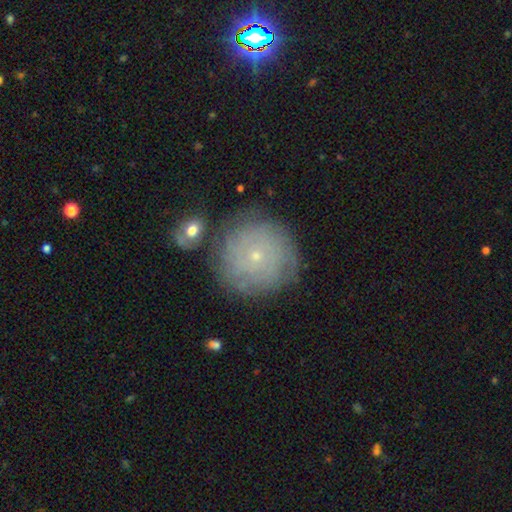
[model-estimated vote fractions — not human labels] featured or disk 50%, smooth 39%, star or artifact 12%. Down the decision tree: merging — none (80%).